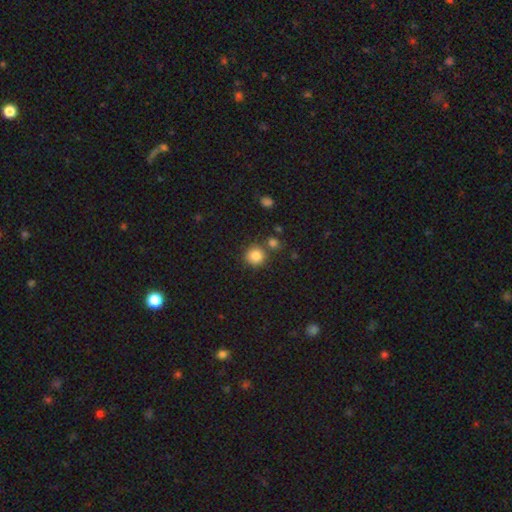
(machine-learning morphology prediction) A smooth galaxy with no disk features (85%) that is round (90%). Merging: none (75%).